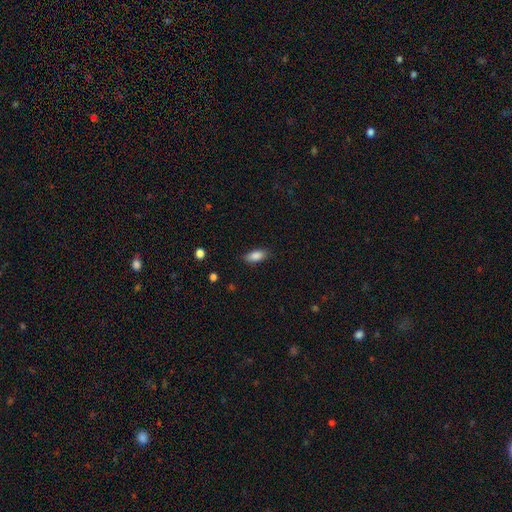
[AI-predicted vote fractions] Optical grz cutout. It shows a smooth galaxy with no disk features (86%) that is in between round and cigar-shaped (86%). Merging: none (84%).